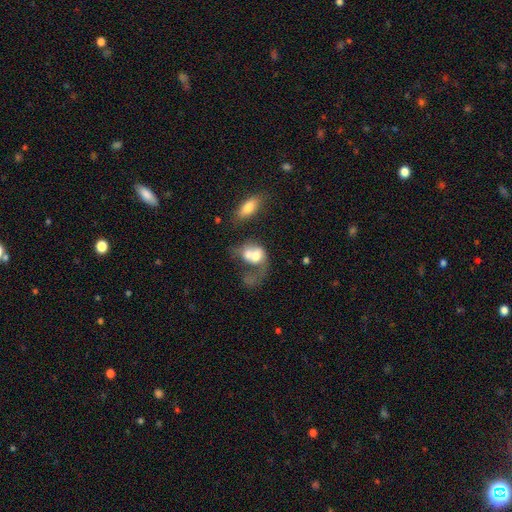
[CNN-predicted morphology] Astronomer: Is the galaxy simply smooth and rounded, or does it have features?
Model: smooth — 53% (runner-up: featured or disk, 39%).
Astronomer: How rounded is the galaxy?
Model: in between — 60% (runner-up: round, 38%).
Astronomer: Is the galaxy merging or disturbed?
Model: merger — 65%.